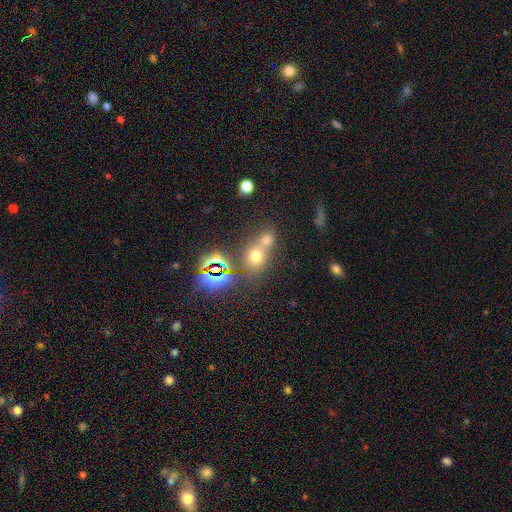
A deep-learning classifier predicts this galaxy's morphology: smooth 58%, star or artifact 30%, featured or disk 12%. Down the decision tree: how rounded — round (69%); merging — merger (46%).